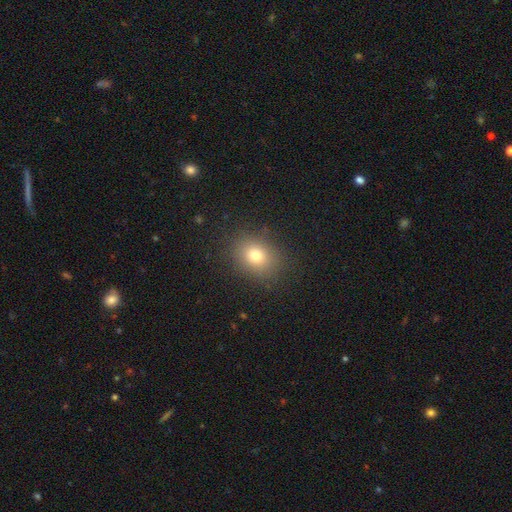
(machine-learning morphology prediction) Q: Smooth or featured?
A: smooth (76%); runner-up: star or artifact (15%)
Q: How rounded?
A: round (59%); runner-up: in between (40%)
Q: Merging?
A: none (86%); runner-up: minor disturbance (9%)